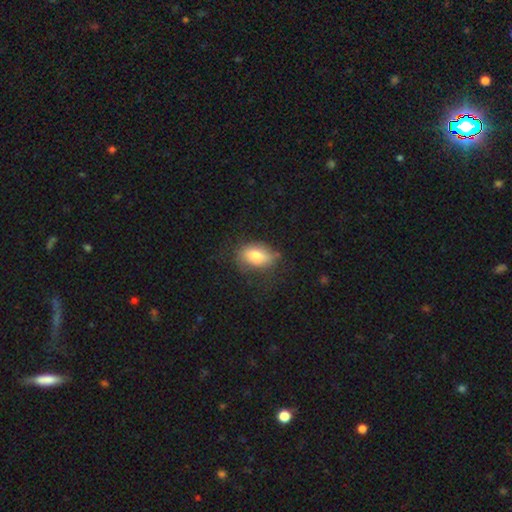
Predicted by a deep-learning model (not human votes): Morphology: type=smooth (75%); roundness=in between (86%); merging=none (59%).